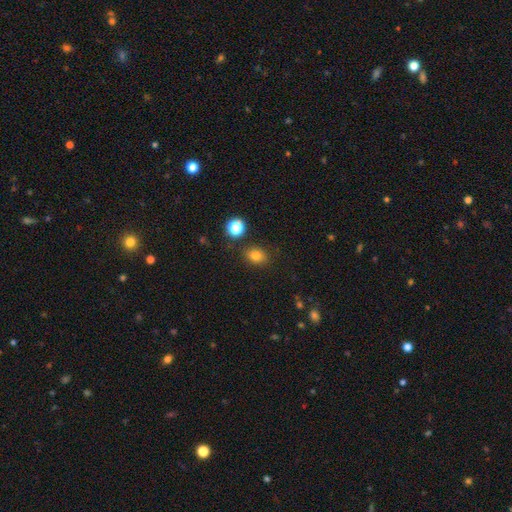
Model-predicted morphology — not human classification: Smooth or featured?
  - smooth: 79% *
  - star or artifact: 14%
  - featured or disk: 6%
How rounded?
  - round: 50% *
  - in between: 49%
  - cigar-shaped: 1%
Merging?
  - none: 82% *
  - minor disturbance: 11%
  - merger: 4%
  - major disturbance: 3%